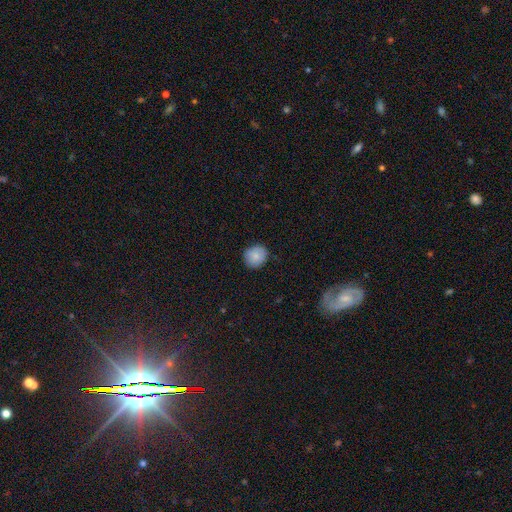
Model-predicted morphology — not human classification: Smooth or featured?
  - smooth: 85% *
  - star or artifact: 7%
  - featured or disk: 7%
How rounded?
  - round: 83% *
  - in between: 16%
  - cigar-shaped: 1%
Merging?
  - none: 85% *
  - minor disturbance: 12%
  - major disturbance: 2%
  - merger: 1%